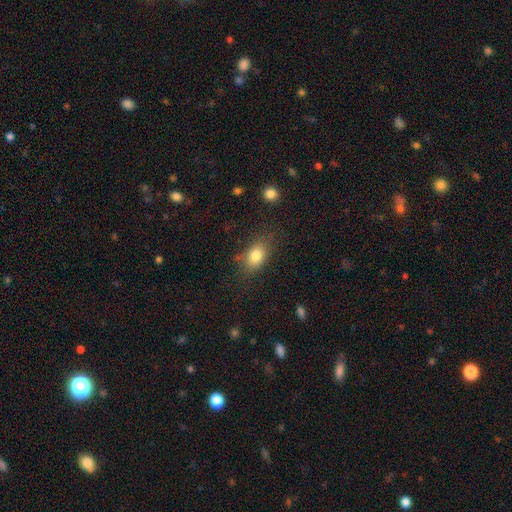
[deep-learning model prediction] This appears to be a smooth galaxy with no disk features (82%) that is in between round and cigar-shaped (79%). Merging: none (74%).